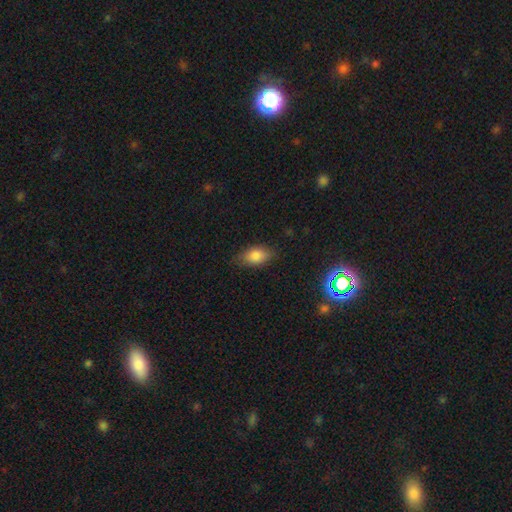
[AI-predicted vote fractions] Overall: smooth (82%). How rounded: in between (88%). Merging: none (76%).